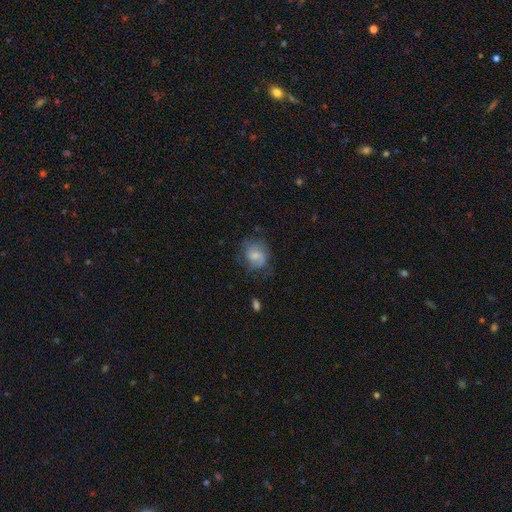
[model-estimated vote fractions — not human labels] Smooth or featured? smooth (49%)
Merging? none (58%)